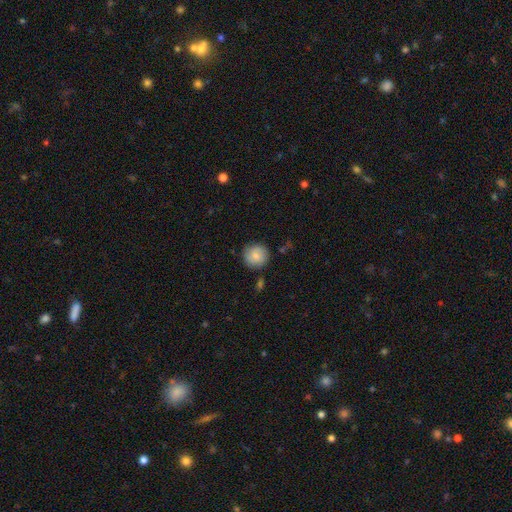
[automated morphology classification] type=smooth (76%); roundness=round (93%); merging=none (82%).